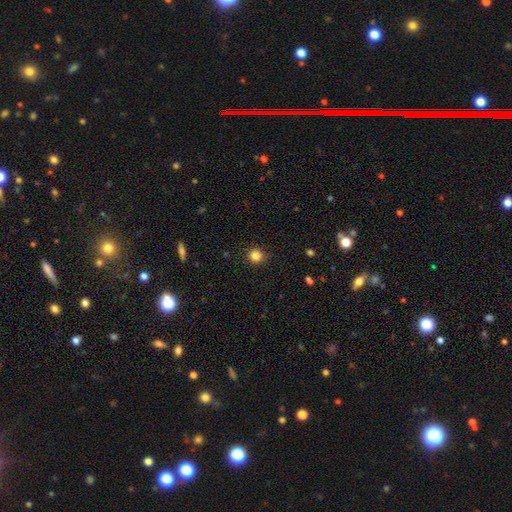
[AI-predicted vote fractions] Overall: smooth (84%). How rounded: round (91%). Merging: none (90%).